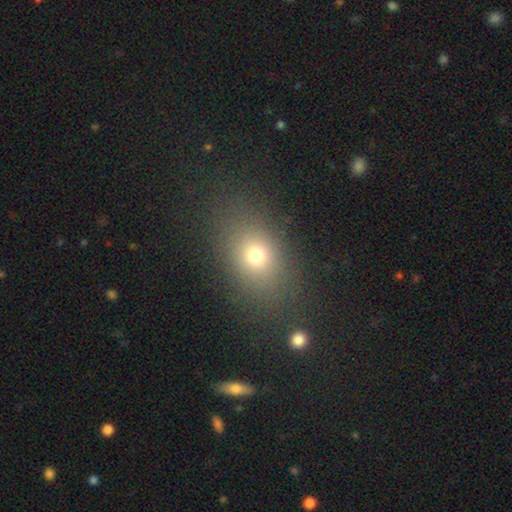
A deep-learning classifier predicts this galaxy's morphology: Smooth or featured? smooth (72%)
How rounded? in between (64%)
Merging? none (78%)